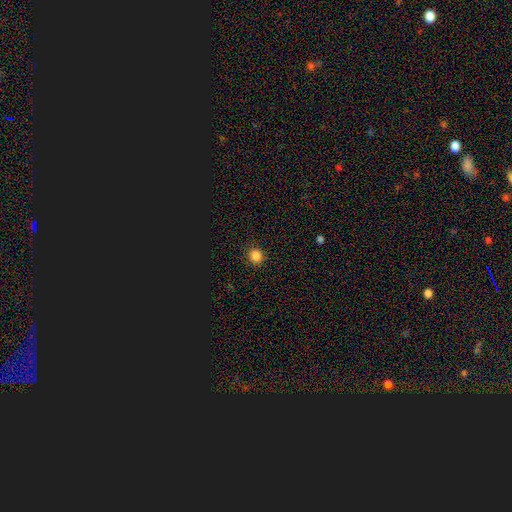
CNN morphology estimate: Smooth or featured: smooth — 83% (star or artifact — 14%)
How rounded: round — 88% (in between — 11%)
Merging: none — 90% (minor disturbance — 7%)